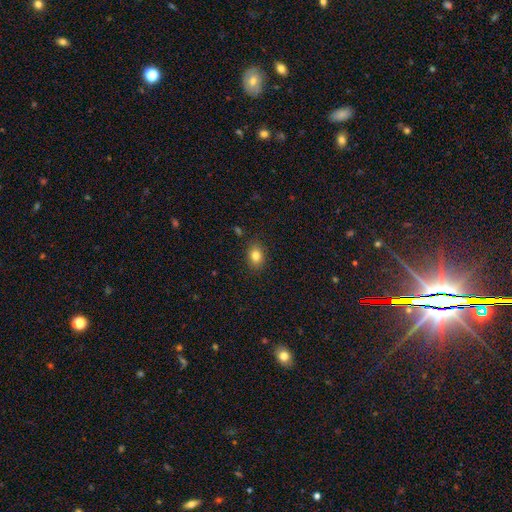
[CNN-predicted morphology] Smooth or featured: smooth — 82% (star or artifact — 11%)
How rounded: in between — 66% (round — 33%)
Merging: none — 87% (minor disturbance — 9%)